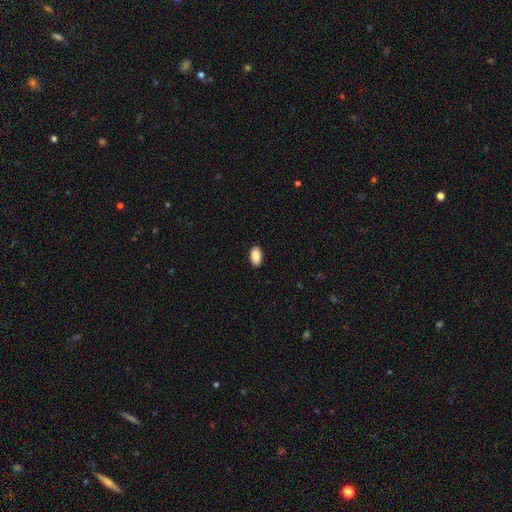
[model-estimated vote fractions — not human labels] A smooth galaxy with no disk features (90%) that is in between round and cigar-shaped (93%). Merging: none (90%).